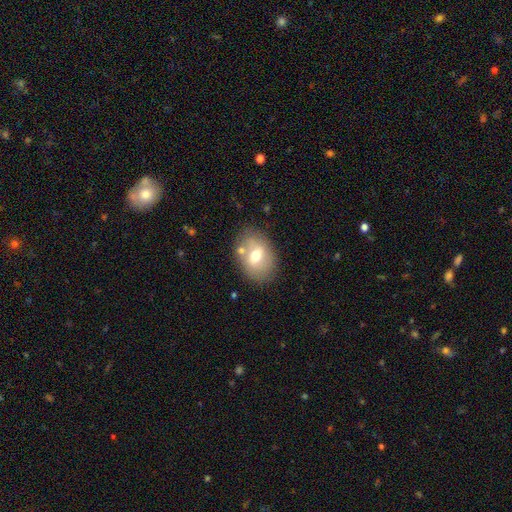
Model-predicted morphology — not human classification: Smooth or featured? Predicted: smooth (p=0.56). How rounded? Predicted: in between (p=0.75). Merging? Predicted: none (p=0.73).